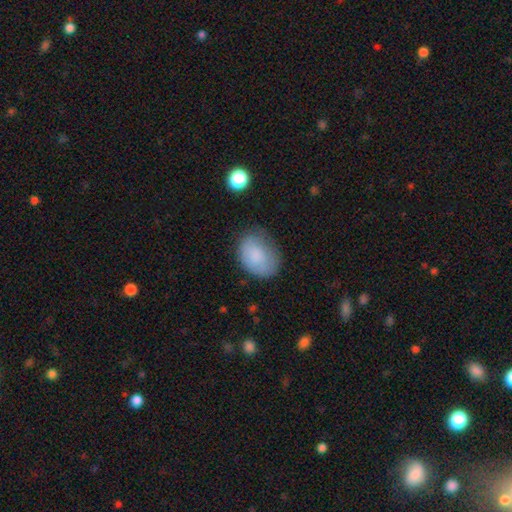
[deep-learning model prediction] This is likely a smooth galaxy (79%). How rounded: likely in between (73%). Merging: likely none (61%).